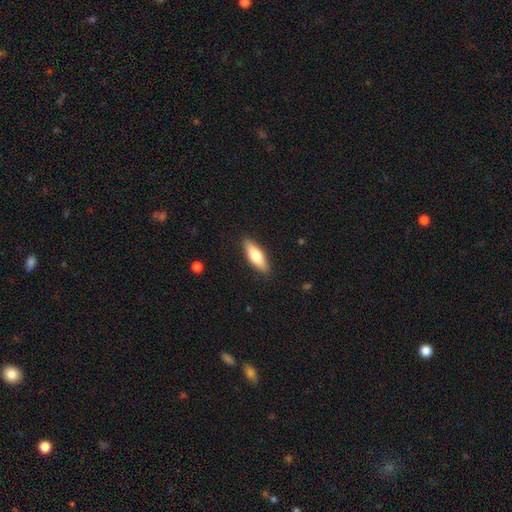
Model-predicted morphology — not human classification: A smooth galaxy with no disk features (69%) that is in between round and cigar-shaped (53%). Merging: none (88%).